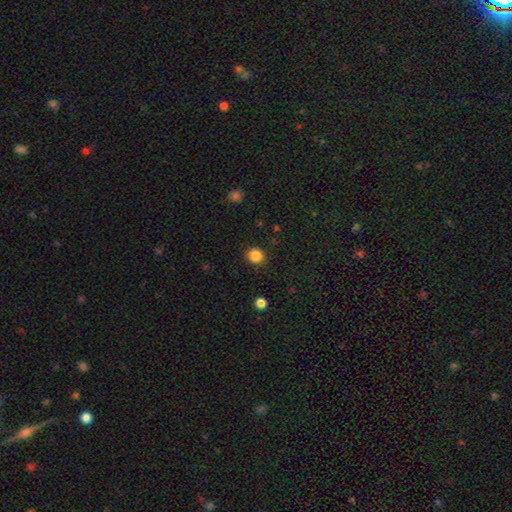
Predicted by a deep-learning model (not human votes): Smooth or featured: smooth — 85% (star or artifact — 11%)
How rounded: round — 90% (in between — 9%)
Merging: none — 90% (minor disturbance — 6%)